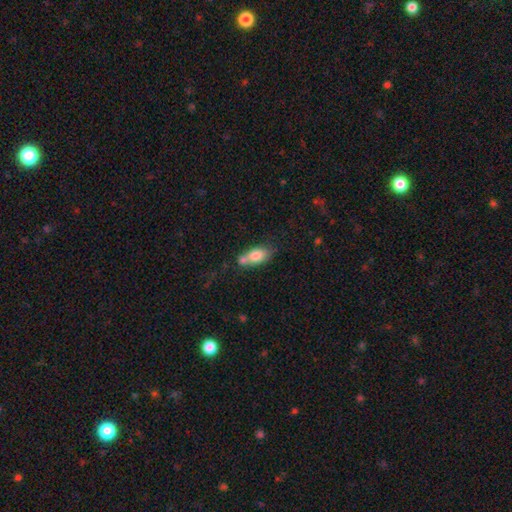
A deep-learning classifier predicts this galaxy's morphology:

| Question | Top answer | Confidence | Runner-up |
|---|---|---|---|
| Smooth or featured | smooth | 78% | featured or disk (15%) |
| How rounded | in between | 86% | round (7%) |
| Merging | none | 44% | merger (36%) |